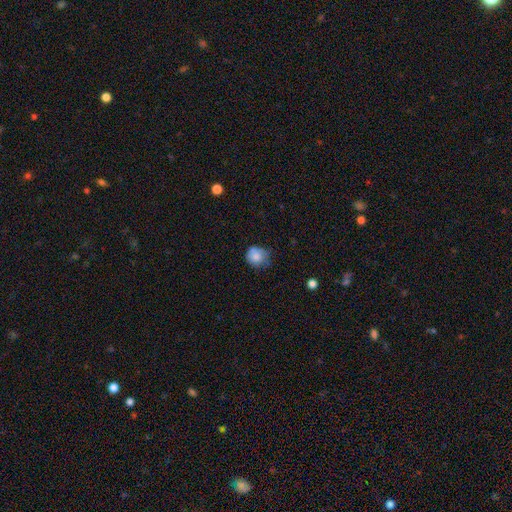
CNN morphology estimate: Smooth or featured? Predicted: smooth (p=0.81). How rounded? Predicted: round (p=0.80). Merging? Predicted: none (p=0.54).